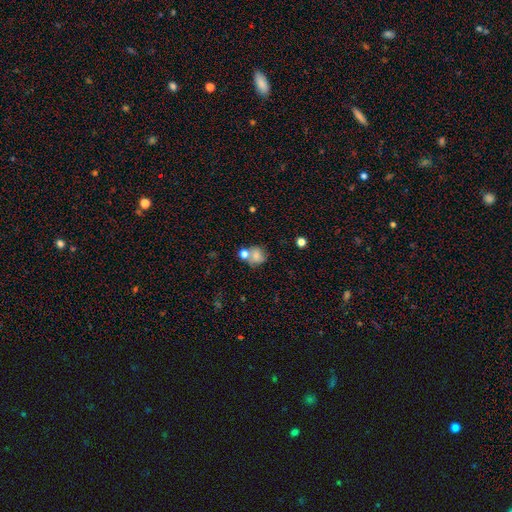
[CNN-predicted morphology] Smooth or featured? Predicted: smooth (p=0.72). How rounded? Predicted: round (p=0.69). Merging? Predicted: none (p=0.44).